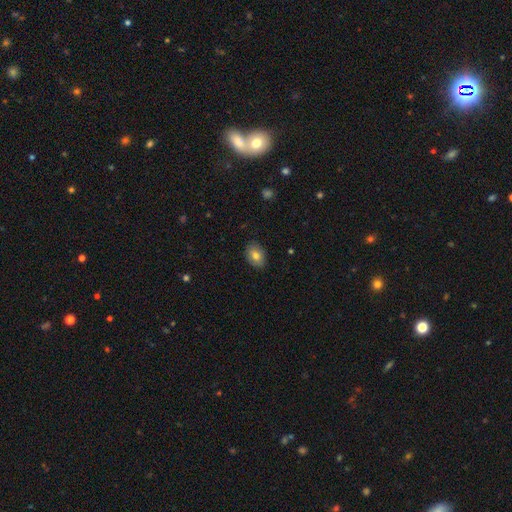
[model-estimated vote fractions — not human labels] smooth_or_featured: smooth (p=0.77) [alt: featured or disk p=0.15]
how_rounded: in between (p=0.78) [alt: round p=0.21]
merging: none (p=0.87) [alt: minor disturbance p=0.10]